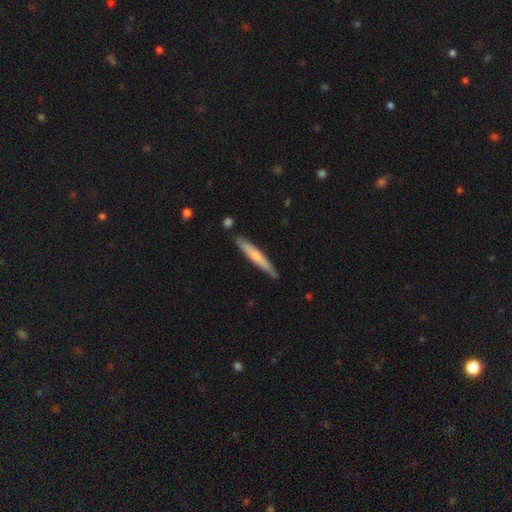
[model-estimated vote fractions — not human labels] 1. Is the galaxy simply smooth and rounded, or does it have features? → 62% smooth, 34% featured or disk, 5% star or artifact.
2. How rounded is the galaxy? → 95% cigar-shaped, 4% in between, 1% round.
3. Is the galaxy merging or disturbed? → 84% none, 11% minor disturbance, 3% merger, 2% major disturbance.